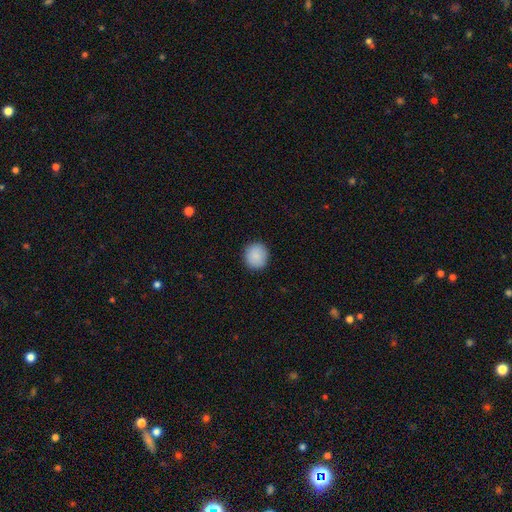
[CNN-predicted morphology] smooth 89%, star or artifact 8%, featured or disk 4%. Down the decision tree: how rounded — round (87%); merging — none (90%).